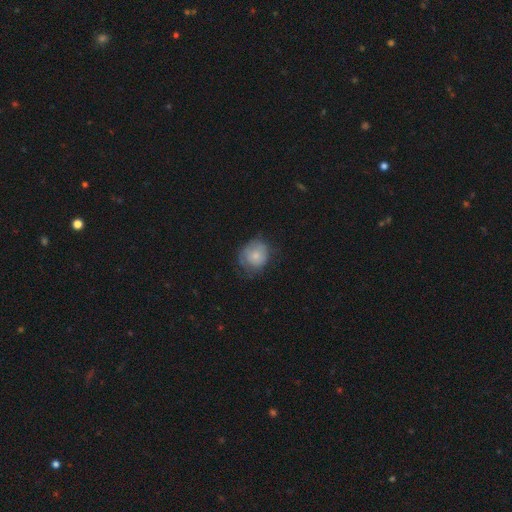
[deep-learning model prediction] Morphology: type=smooth (69%); roundness=round (75%); merging=none (53%).